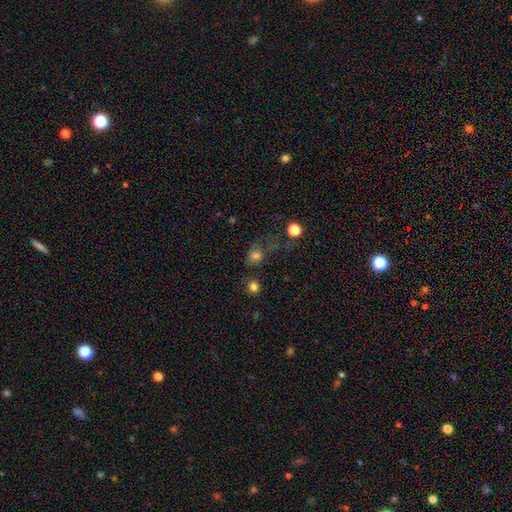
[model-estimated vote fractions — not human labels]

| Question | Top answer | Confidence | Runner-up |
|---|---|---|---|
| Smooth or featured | smooth | 74% | star or artifact (16%) |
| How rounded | round | 67% | in between (32%) |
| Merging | none | 48% | major disturbance (22%) |